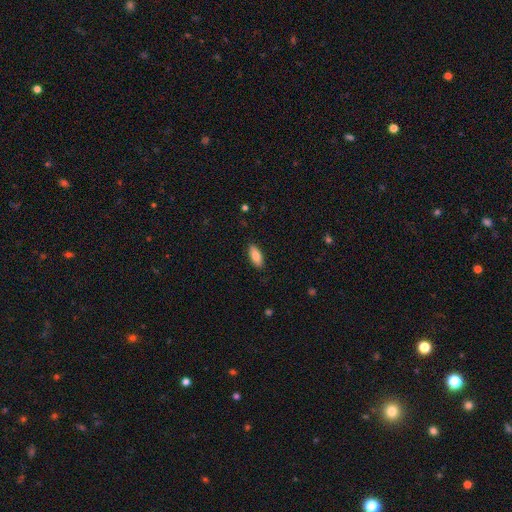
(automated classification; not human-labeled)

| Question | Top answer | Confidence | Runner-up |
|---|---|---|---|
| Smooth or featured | smooth | 82% | featured or disk (11%) |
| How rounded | in between | 81% | cigar-shaped (17%) |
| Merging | none | 88% | minor disturbance (9%) |